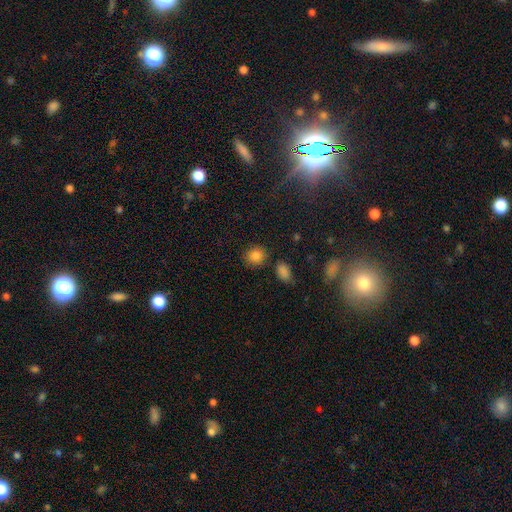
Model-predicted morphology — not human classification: smooth_or_featured: smooth (p=0.85) [alt: star or artifact p=0.10]
how_rounded: round (p=0.77) [alt: in between p=0.22]
merging: none (p=0.80) [alt: minor disturbance p=0.11]